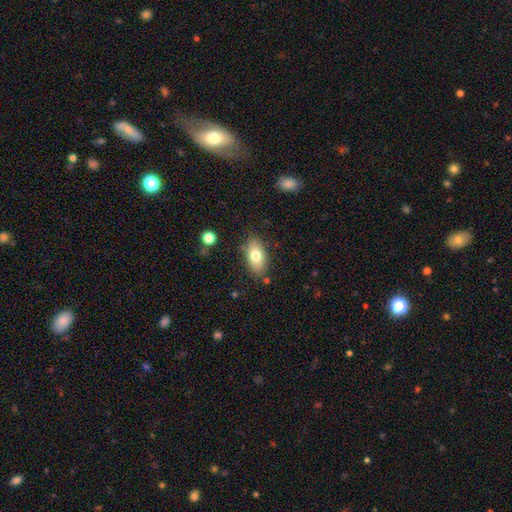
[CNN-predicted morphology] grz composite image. It shows a smooth galaxy with no disk features (77%) that is in between round and cigar-shaped (91%). Merging: none (82%).